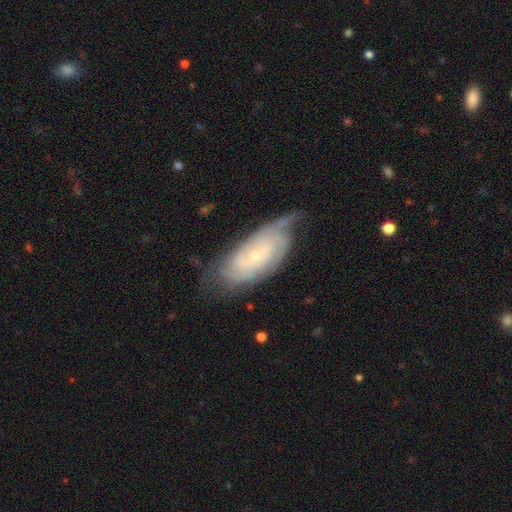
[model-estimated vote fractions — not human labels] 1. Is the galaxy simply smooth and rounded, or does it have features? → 79% featured or disk, 15% smooth, 6% star or artifact.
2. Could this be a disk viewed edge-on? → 93% no, 7% yes.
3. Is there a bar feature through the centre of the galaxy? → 66% no, 28% weak, 6% strong.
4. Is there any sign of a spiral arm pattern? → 93% yes, 7% no.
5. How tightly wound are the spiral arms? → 66% tight, 26% medium, 8% loose.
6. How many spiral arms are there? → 42% can't tell, 27% 2, 13% 3, 9% 4, 5% 1, 4% more than 4.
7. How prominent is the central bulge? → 77% small, 19% moderate, 2% none, 1% large, 1% dominant.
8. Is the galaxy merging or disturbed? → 60% none, 27% minor disturbance, 11% major disturbance, 2% merger.